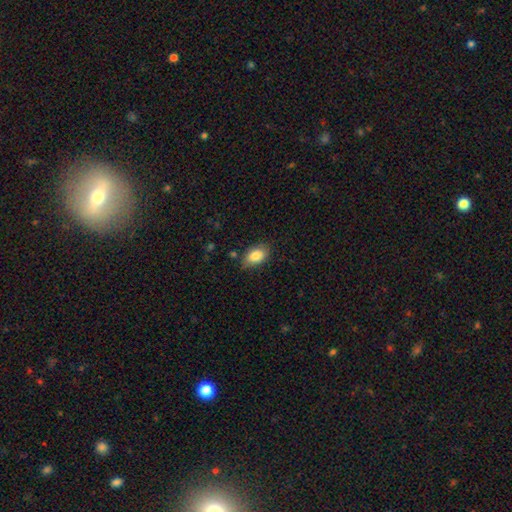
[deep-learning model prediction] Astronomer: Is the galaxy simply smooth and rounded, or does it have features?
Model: smooth — 86%.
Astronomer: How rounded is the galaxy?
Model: in between — 89%.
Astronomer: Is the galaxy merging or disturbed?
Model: none — 77%.